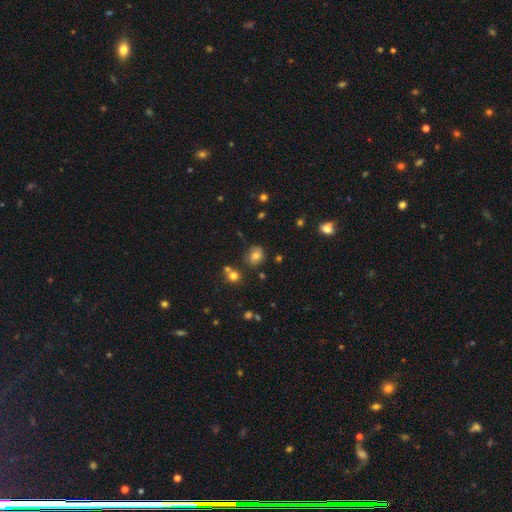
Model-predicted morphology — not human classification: smooth 73%, star or artifact 14%, featured or disk 12%. Down the decision tree: how rounded — round (71%); merging — none (74%).